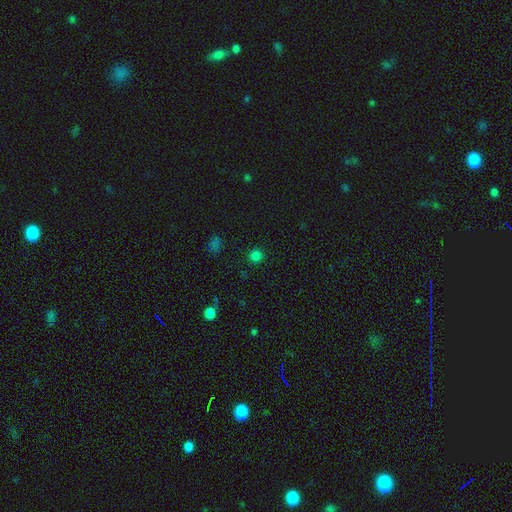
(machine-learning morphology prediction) type=smooth (77%); roundness=round (93%); merging=none (90%).